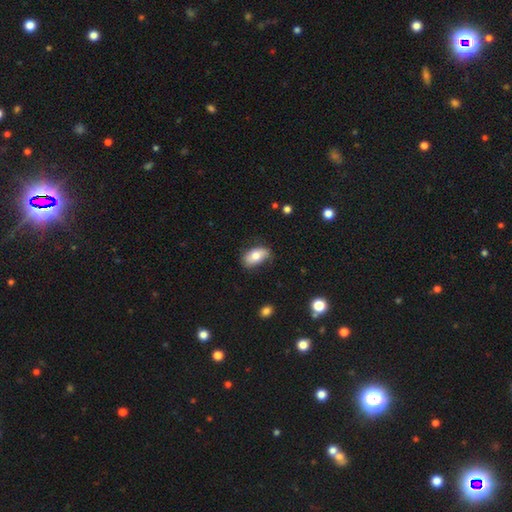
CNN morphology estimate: Smooth or featured? Predicted: smooth (p=0.74). How rounded? Predicted: in between (p=0.92). Merging? Predicted: none (p=0.69).